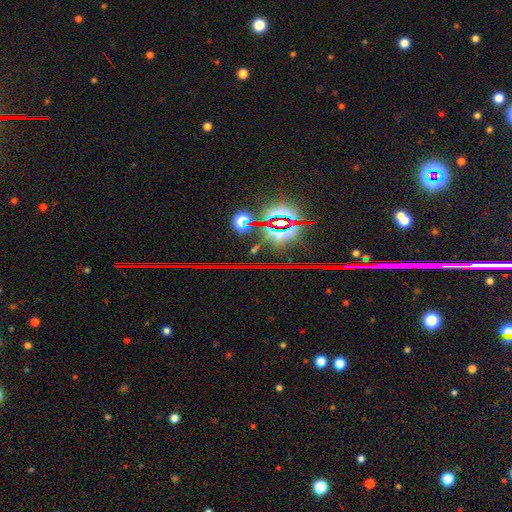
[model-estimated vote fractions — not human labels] This appears to be a star or artifact, not a galaxy (84%).